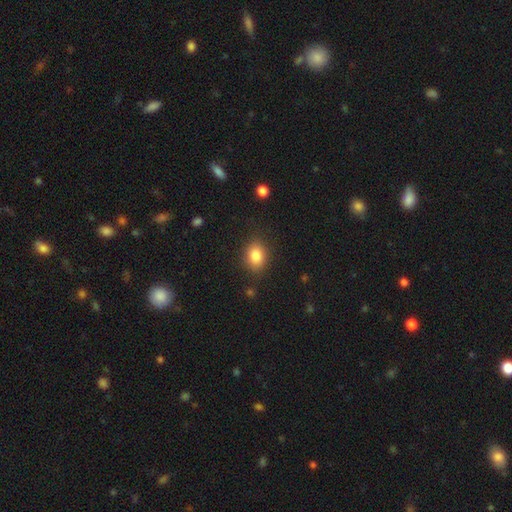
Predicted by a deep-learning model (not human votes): Q: Smooth or featured?
A: smooth (84%); runner-up: star or artifact (10%)
Q: How rounded?
A: in between (59%); runner-up: round (39%)
Q: Merging?
A: none (84%); runner-up: minor disturbance (11%)